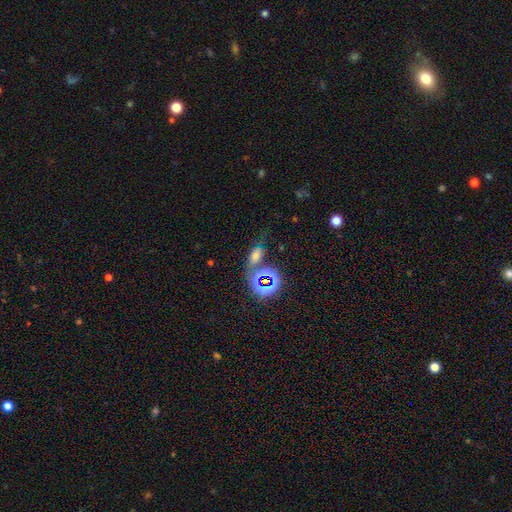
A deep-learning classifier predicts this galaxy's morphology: smooth-or-featured: smooth: 44% | star or artifact: 38% | featured or disk: 18%
  merging: none: 56% | merger: 17% | minor disturbance: 16% | major disturbance: 11%